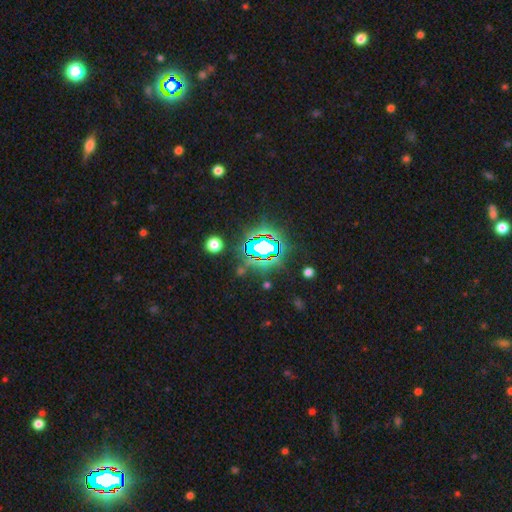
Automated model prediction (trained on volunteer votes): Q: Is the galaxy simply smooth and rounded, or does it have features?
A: star or artifact — 80%.